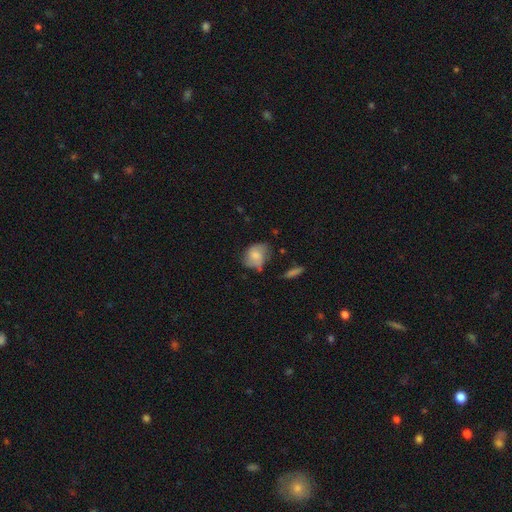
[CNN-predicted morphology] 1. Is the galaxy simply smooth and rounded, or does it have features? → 61% smooth, 31% featured or disk, 8% star or artifact.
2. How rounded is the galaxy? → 54% in between, 45% round, 2% cigar-shaped.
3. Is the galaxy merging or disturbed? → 53% none, 31% minor disturbance, 11% major disturbance, 5% merger.